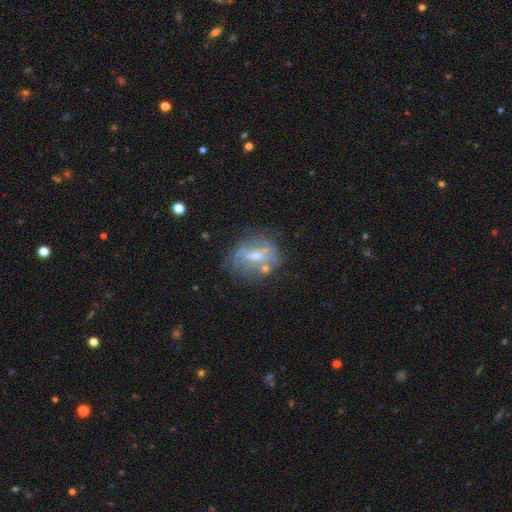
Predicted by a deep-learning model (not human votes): smooth_or_featured: featured or disk (p=0.60) [alt: smooth p=0.29]
disk_edge_on: no (p=0.94) [alt: yes p=0.06]
bar: weak (p=0.47) [alt: no p=0.32]
has_spiral_arms: no (p=0.56) [alt: yes p=0.44]
bulge_size: moderate (p=0.43) [alt: small p=0.39]
merging: none (p=0.52) [alt: minor disturbance p=0.23]